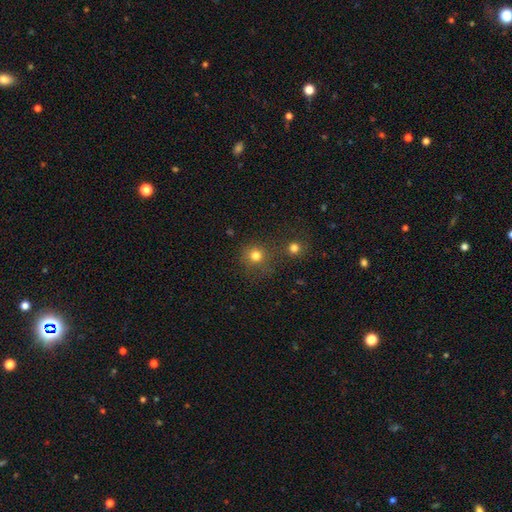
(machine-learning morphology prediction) A smooth galaxy with no disk features (77%) that is round (91%).

Vote fractions:
- Smooth or featured? smooth: 77% / star or artifact: 17% / featured or disk: 6%
- How rounded? round: 91% / in between: 8% / cigar-shaped: 1%
- Merging? none: 69% / merger: 16% / minor disturbance: 10% / major disturbance: 5%